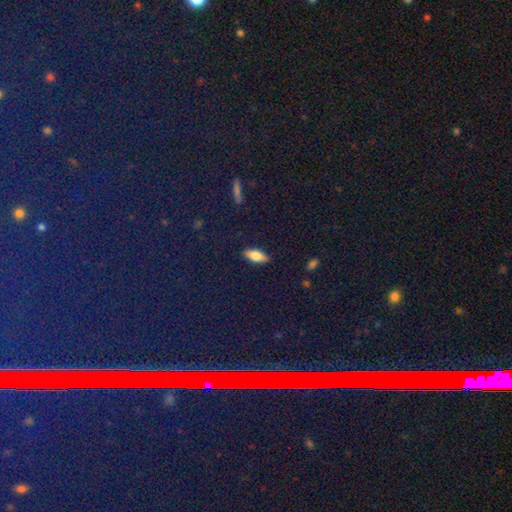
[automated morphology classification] smooth_or_featured: smooth (p=0.74) [alt: featured or disk p=0.19]
how_rounded: in between (p=0.78) [alt: cigar-shaped p=0.19]
merging: none (p=0.88) [alt: minor disturbance p=0.09]